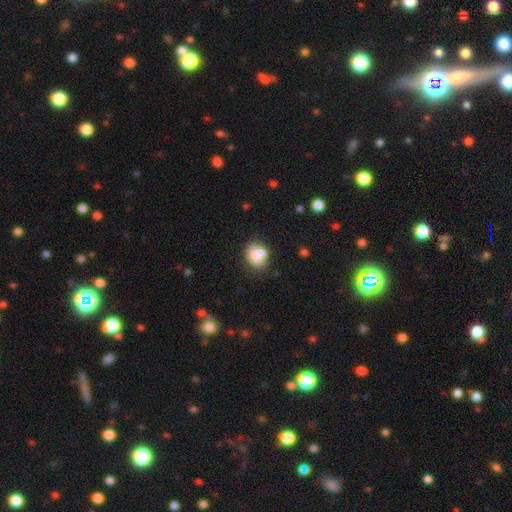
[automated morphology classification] smooth_or_featured: smooth (p=0.76) [alt: featured or disk p=0.15]
how_rounded: in between (p=0.51) [alt: round p=0.48]
merging: none (p=0.49) [alt: merger p=0.24]